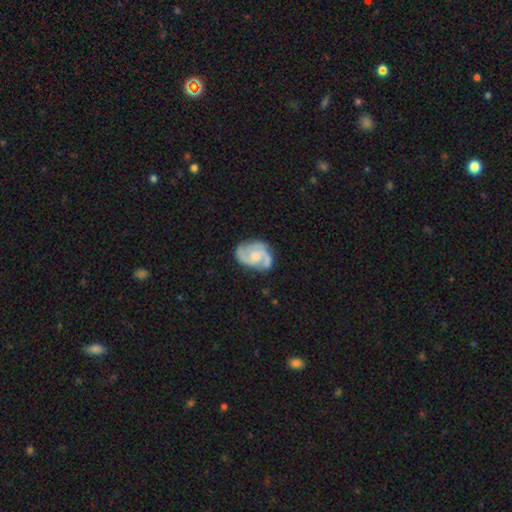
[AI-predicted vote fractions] A featured or disk galaxy (83%) with no bar (62%), 2 (54%) medium (53%) spiral arms (96%) and a moderate central bulge (44%).

Vote fractions:
- Smooth or featured? featured or disk: 83% / smooth: 12% / star or artifact: 5%
- Edge-on disk? no: 98% / yes: 2%
- Bar? no: 62% / weak: 33% / strong: 5%
- Spiral arms? yes: 96% / no: 4%
- Spiral winding? medium: 53% / tight: 27% / loose: 20%
- Spiral arm count? 2: 54% / 3: 29% / can't tell: 8% / 4: 3% / 1: 3% / more than 4: 3%
- Bulge size? moderate: 44% / small: 35% / none: 14% / large: 6% / dominant: 1%
- Merging? none: 70% / minor disturbance: 20% / major disturbance: 8% / merger: 2%